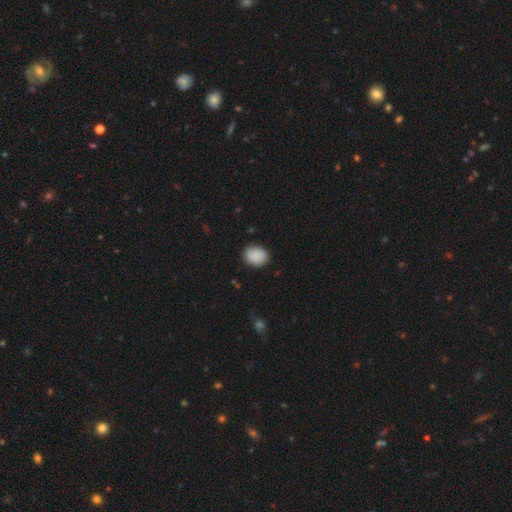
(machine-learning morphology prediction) Smooth or featured? Predicted: smooth (p=0.88). How rounded? Predicted: round (p=0.51). Merging? Predicted: none (p=0.81).